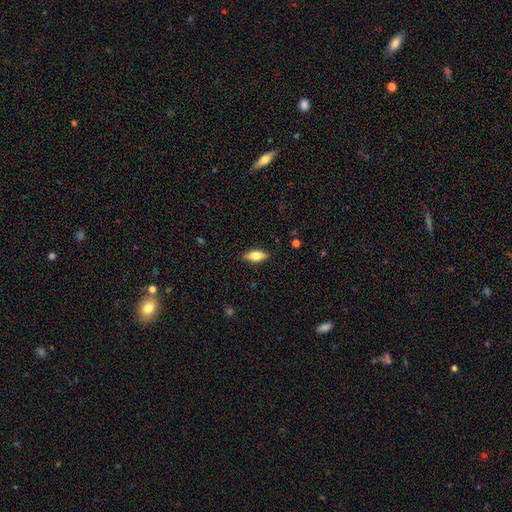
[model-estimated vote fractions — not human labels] Smooth or featured?
  - smooth: 65% *
  - featured or disk: 29%
  - star or artifact: 7%
How rounded?
  - in between: 75% *
  - cigar-shaped: 22%
  - round: 3%
Merging?
  - none: 87% *
  - minor disturbance: 9%
  - major disturbance: 2%
  - merger: 1%